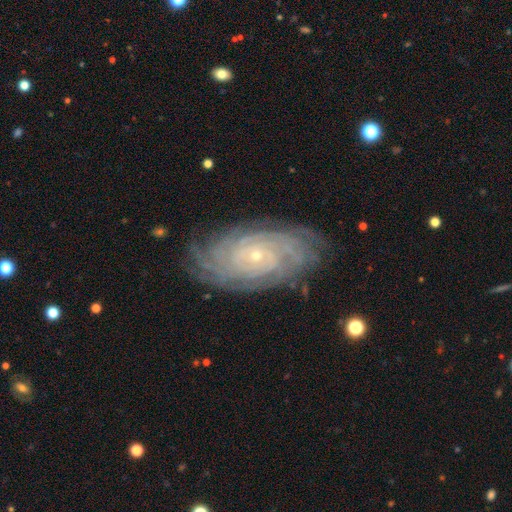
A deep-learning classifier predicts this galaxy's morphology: Smooth or featured: featured or disk — 87% (star or artifact — 6%)
Edge-on disk: no — 95% (yes — 5%)
Bar: no — 78% (weak — 16%)
Spiral arms: yes — 97% (no — 3%)
Spiral winding: tight — 84% (medium — 13%)
Spiral arm count: can't tell — 27% (more than 4 — 26%)
Bulge size: small — 84% (moderate — 13%)
Merging: none — 81% (minor disturbance — 14%)